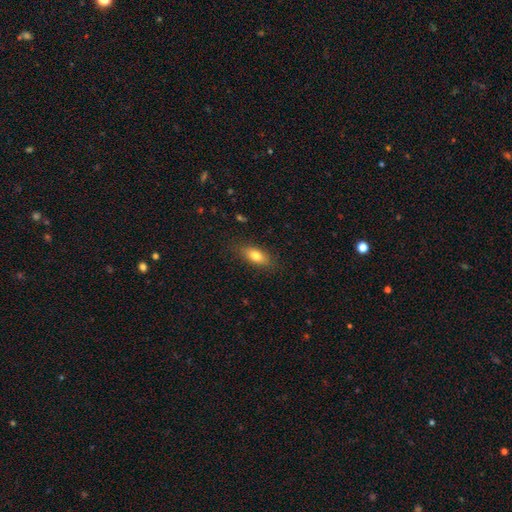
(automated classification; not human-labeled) smooth_or_featured: smooth (p=0.78) [alt: featured or disk p=0.14]
how_rounded: in between (p=0.80) [alt: cigar-shaped p=0.16]
merging: none (p=0.83) [alt: minor disturbance p=0.12]